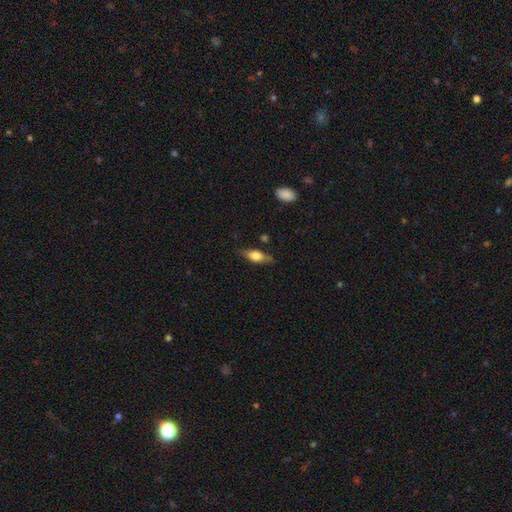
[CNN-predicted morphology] A smooth galaxy with no disk features (63%) that is in between round and cigar-shaped (72%). Merging: none (71%).